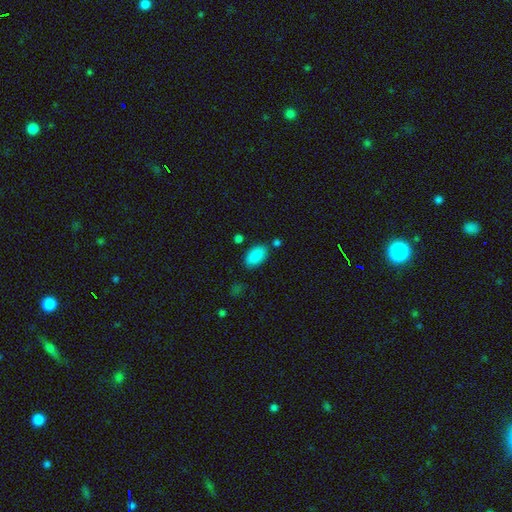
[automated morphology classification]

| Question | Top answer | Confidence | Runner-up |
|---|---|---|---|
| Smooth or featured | smooth | 88% | star or artifact (8%) |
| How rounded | in between | 94% | round (4%) |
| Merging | none | 80% | minor disturbance (12%) |